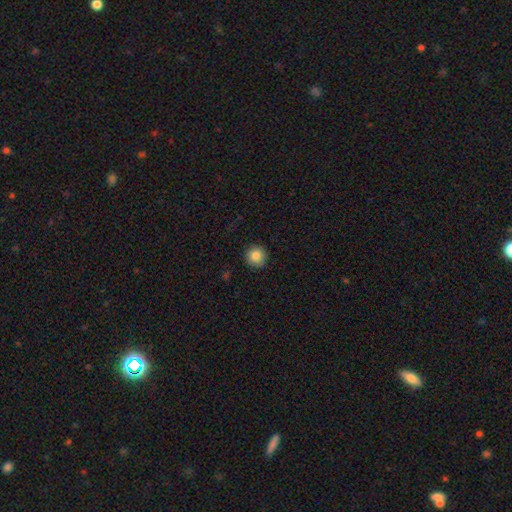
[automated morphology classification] This is clearly a smooth galaxy (85%). How rounded: clearly round (95%). Merging: clearly none (90%).